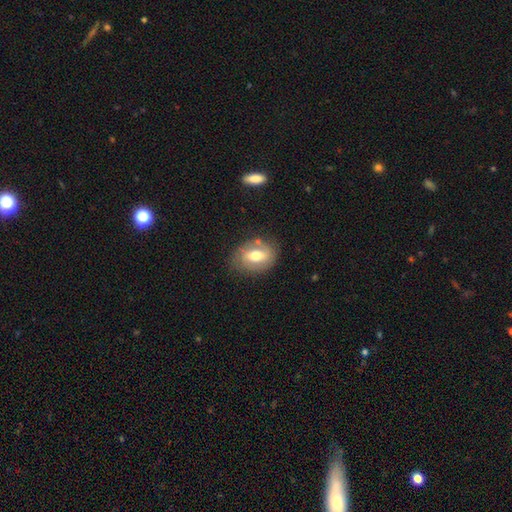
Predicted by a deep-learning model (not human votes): Smooth or featured: smooth — 49% (featured or disk — 44%)
Merging: none — 73% (minor disturbance — 18%)